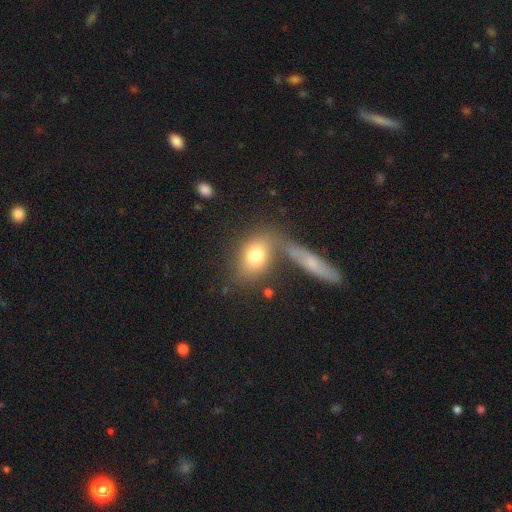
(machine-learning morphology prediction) Smooth or featured?
  - smooth: 75% *
  - featured or disk: 16%
  - star or artifact: 9%
How rounded?
  - in between: 63% *
  - round: 32%
  - cigar-shaped: 4%
Merging?
  - none: 52% *
  - merger: 29%
  - minor disturbance: 12%
  - major disturbance: 8%